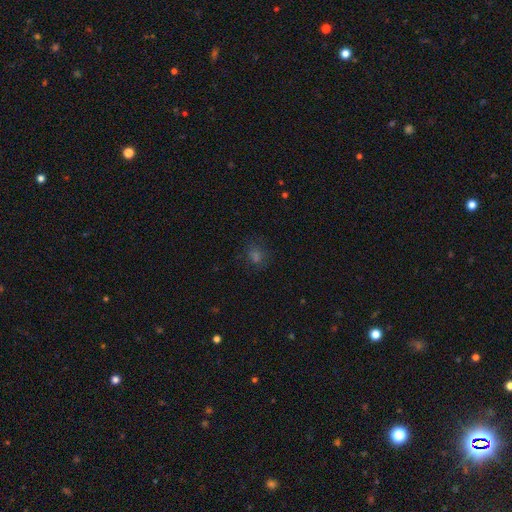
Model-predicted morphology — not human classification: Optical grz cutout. It shows a smooth galaxy with no disk features (57%) that is round (73%). Merging: none (81%).